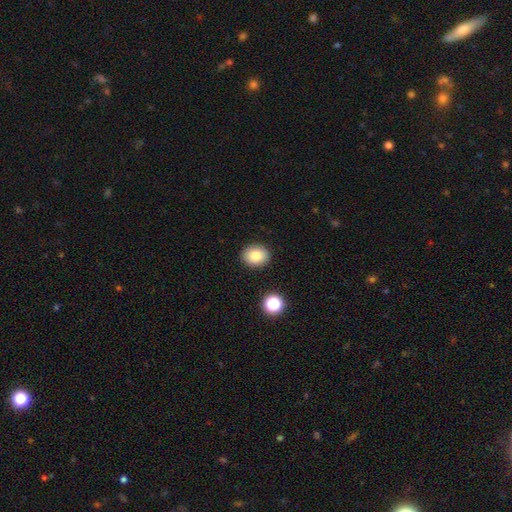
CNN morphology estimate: This is clearly a smooth galaxy (82%). How rounded: possibly round (51%). Merging: clearly none (88%).